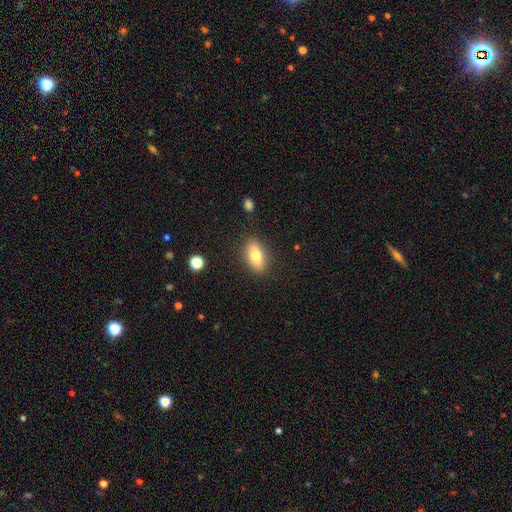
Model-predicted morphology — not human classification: This is likely a smooth galaxy (73%). How rounded: clearly in between (82%). Merging: clearly none (86%).